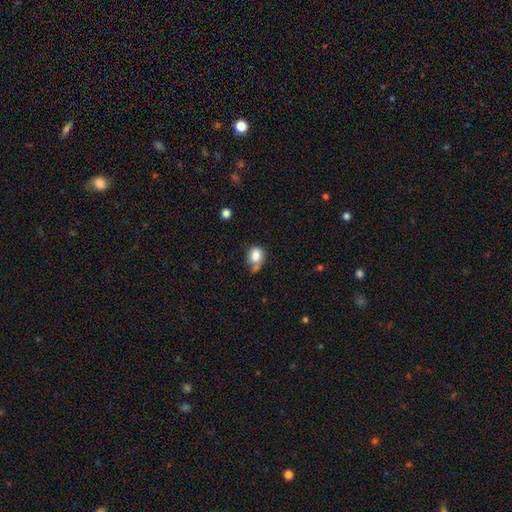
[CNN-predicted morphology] This is clearly a smooth galaxy (82%). How rounded: possibly round (54%). Merging: marginally none (44%).